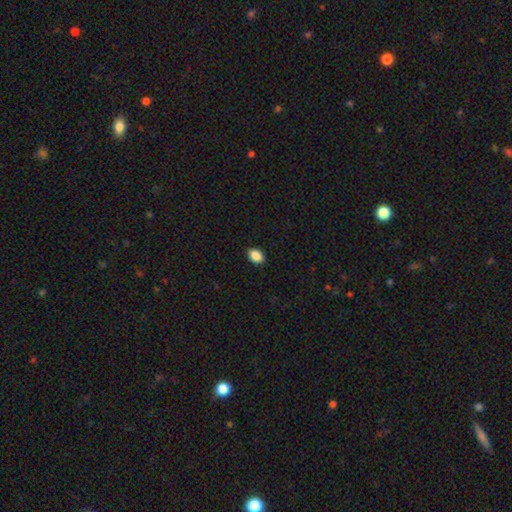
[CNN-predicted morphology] This appears to be a smooth galaxy with no disk features (89%) that is in between round and cigar-shaped (82%). Merging: none (90%).